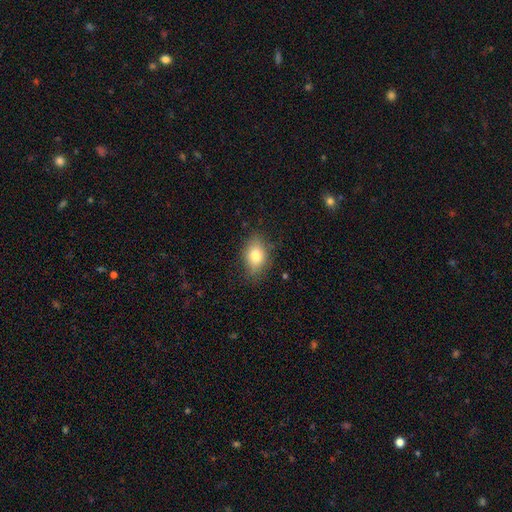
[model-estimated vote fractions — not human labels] Smooth or featured? smooth (77%)
How rounded? in between (77%)
Merging? none (79%)